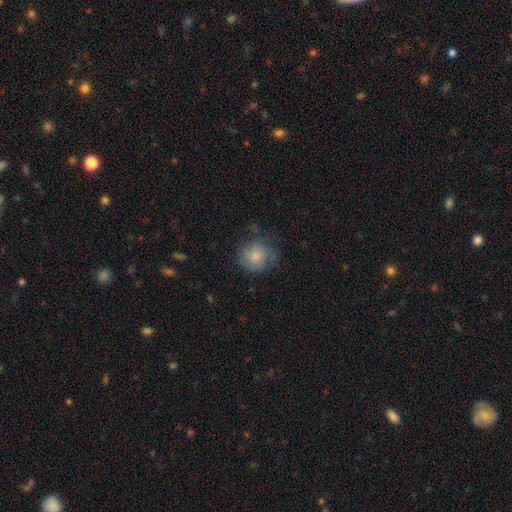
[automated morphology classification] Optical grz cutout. It shows a smooth galaxy with no disk features (73%) that is round (86%). Merging: none (60%).